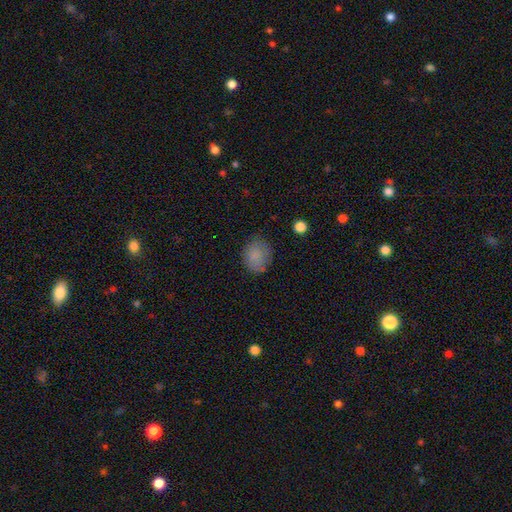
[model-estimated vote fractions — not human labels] Smooth or featured? Predicted: smooth (p=0.83). How rounded? Predicted: round (p=0.58). Merging? Predicted: none (p=0.75).